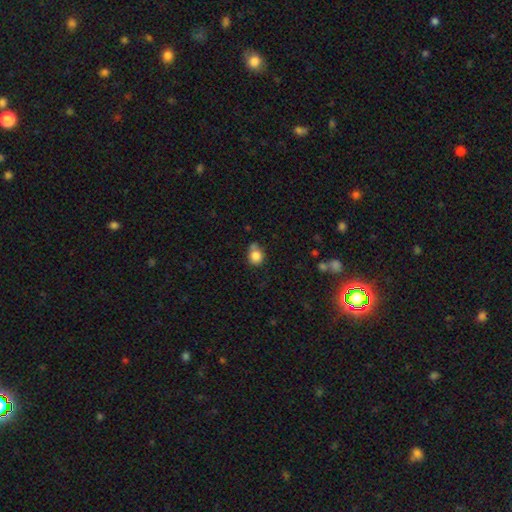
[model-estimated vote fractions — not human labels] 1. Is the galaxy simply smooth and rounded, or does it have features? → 84% smooth, 10% star or artifact, 6% featured or disk.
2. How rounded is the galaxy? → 73% round, 26% in between, 1% cigar-shaped.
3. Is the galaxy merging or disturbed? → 53% none, 30% minor disturbance, 10% merger, 7% major disturbance.